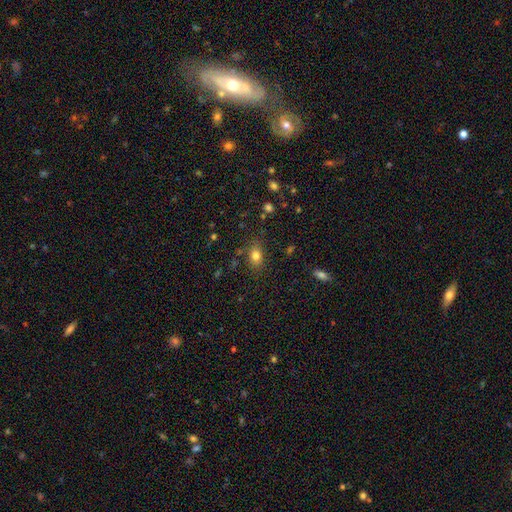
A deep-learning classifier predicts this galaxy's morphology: A smooth galaxy with no disk features (79%) that is in between round and cigar-shaped (75%). Merging: none (80%).